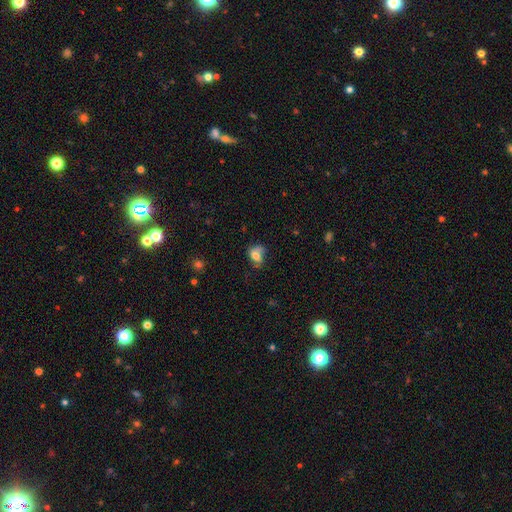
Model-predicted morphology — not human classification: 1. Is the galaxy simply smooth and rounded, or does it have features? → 67% smooth, 22% featured or disk, 11% star or artifact.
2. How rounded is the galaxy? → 69% in between, 29% round, 2% cigar-shaped.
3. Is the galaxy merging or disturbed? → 37% none, 31% minor disturbance, 20% major disturbance, 12% merger.